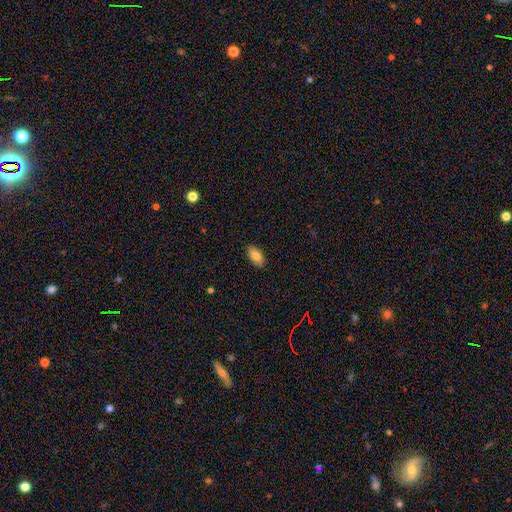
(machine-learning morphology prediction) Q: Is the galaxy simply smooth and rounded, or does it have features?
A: smooth — 84%.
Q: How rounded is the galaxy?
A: in between — 93%.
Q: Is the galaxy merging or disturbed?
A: none — 89%.